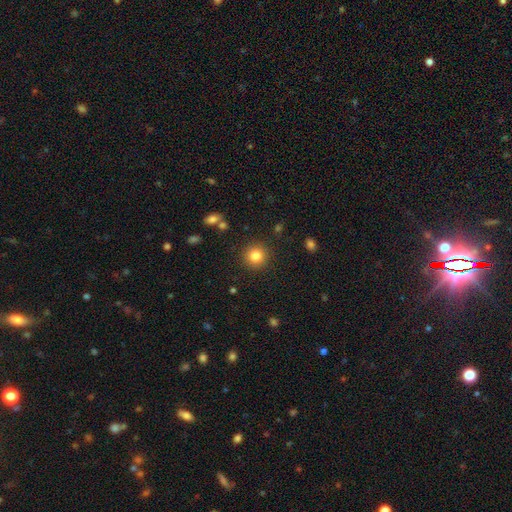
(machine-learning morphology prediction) The model was most divided on "smooth or featured": smooth: 82%, star or artifact: 11%, featured or disk: 6%. More confident: how rounded — round (94%); merging — none (90%).